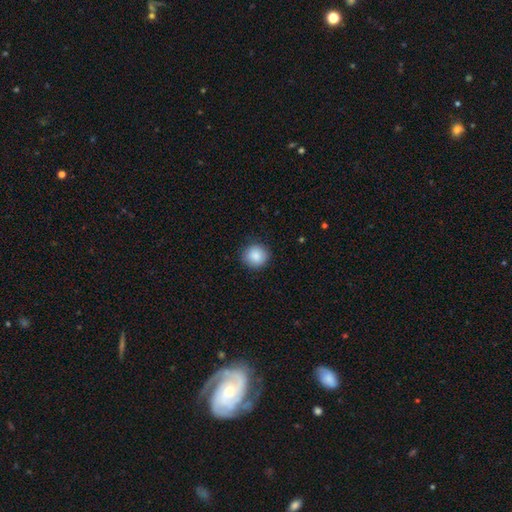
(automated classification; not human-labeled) Smooth or featured? smooth (88%)
How rounded? round (93%)
Merging? none (90%)